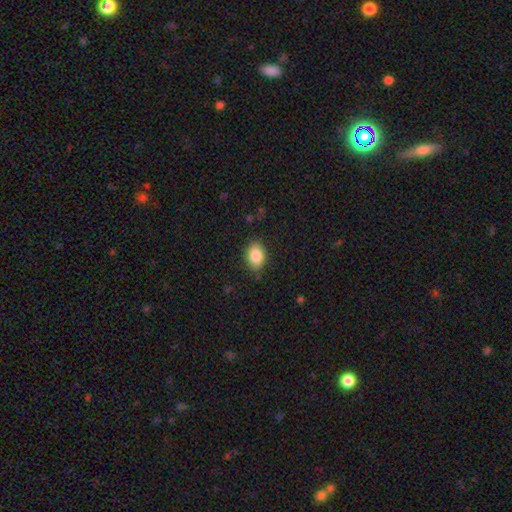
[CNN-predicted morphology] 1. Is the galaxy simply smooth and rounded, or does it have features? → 86% smooth, 8% star or artifact, 6% featured or disk.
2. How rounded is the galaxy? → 78% in between, 21% round, 1% cigar-shaped.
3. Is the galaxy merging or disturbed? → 83% none, 13% minor disturbance, 3% major disturbance, 1% merger.